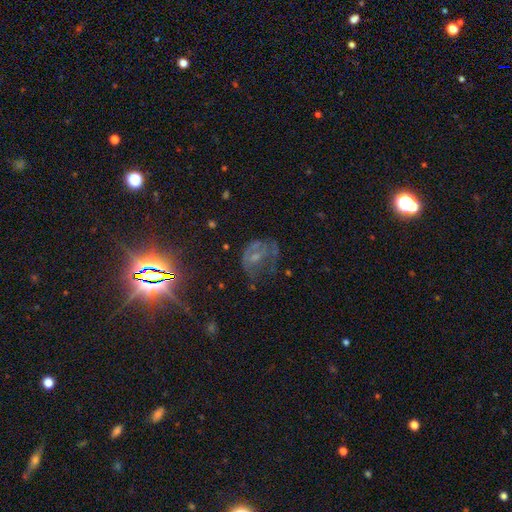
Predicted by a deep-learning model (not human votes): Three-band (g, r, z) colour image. It shows a featured or disk galaxy (49%). Merging: major disturbance (38%).